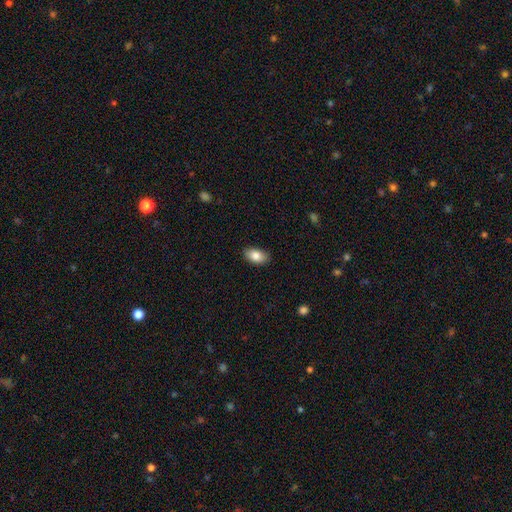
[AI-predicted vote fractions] This appears to be a smooth galaxy with no disk features (85%) that is in between round and cigar-shaped (92%). Merging: none (87%).